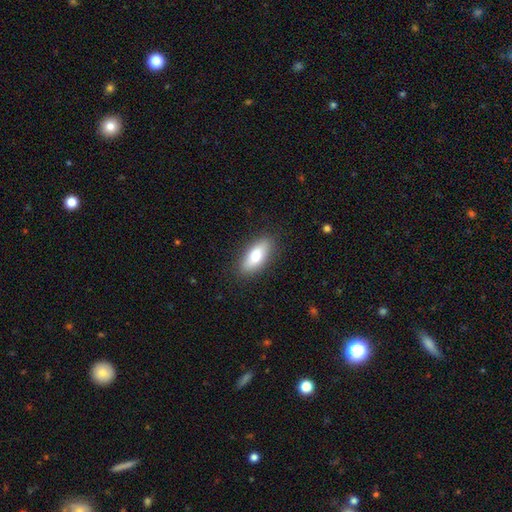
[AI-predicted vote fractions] This appears to be a smooth galaxy with no disk features (78%) that is in between round and cigar-shaped (76%). Merging: none (87%).